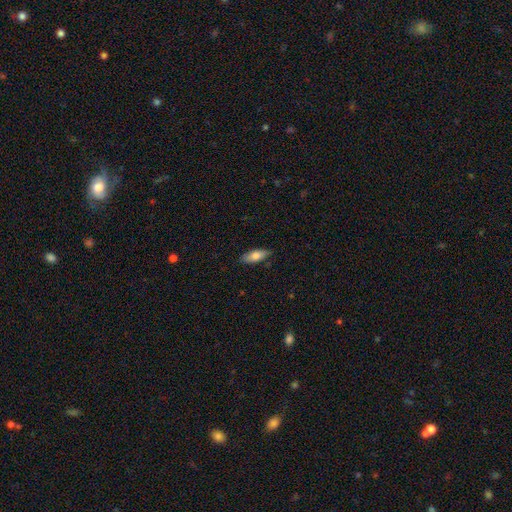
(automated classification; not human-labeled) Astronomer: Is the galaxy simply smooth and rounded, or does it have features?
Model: smooth — 75%.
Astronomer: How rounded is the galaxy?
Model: in between — 73%.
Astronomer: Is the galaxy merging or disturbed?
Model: none — 84%.